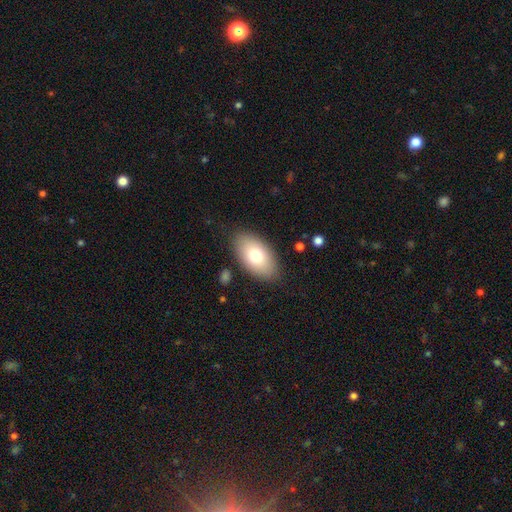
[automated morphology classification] The model was most divided on "smooth or featured": smooth: 76%, featured or disk: 17%, star or artifact: 7%. More confident: how rounded — in between (94%); merging — none (85%).